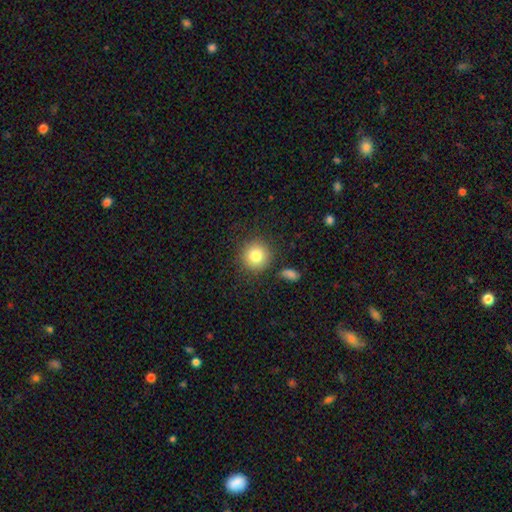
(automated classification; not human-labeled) A smooth galaxy with no disk features (82%) that is round (94%).

Vote fractions:
- Smooth or featured? smooth: 82% / star or artifact: 10% / featured or disk: 8%
- How rounded? round: 94% / in between: 6% / cigar-shaped: 1%
- Merging? none: 85% / minor disturbance: 8% / merger: 4% / major disturbance: 3%